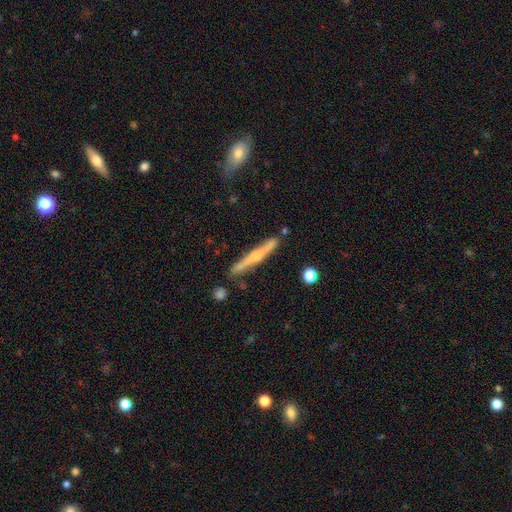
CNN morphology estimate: Smooth or featured: featured or disk — 63% (smooth — 31%)
Edge-on disk: yes — 96% (no — 4%)
Edge-on bulge: rounded — 69% (none — 23%)
Merging: none — 83% (minor disturbance — 12%)